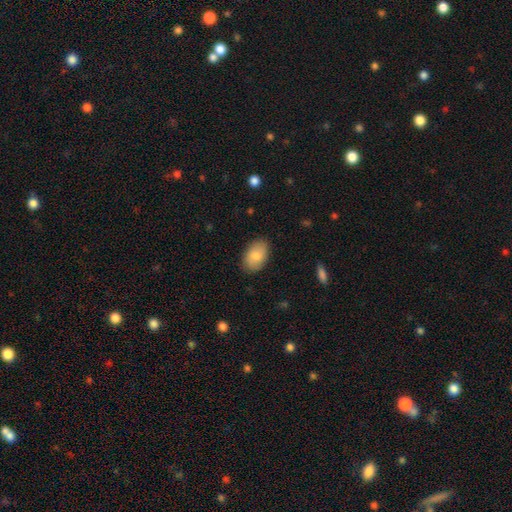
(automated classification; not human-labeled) This is likely a smooth galaxy (80%). How rounded: clearly in between (90%). Merging: clearly none (86%).